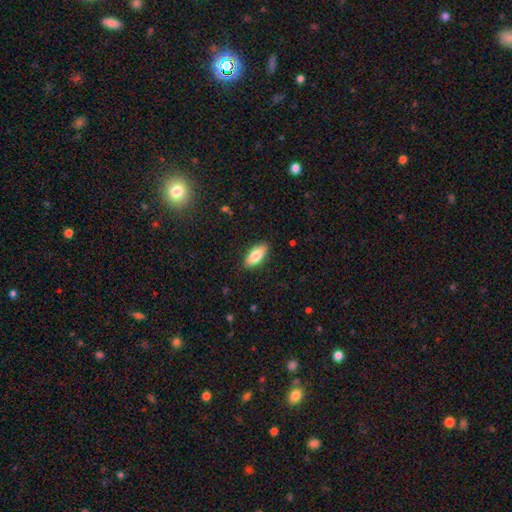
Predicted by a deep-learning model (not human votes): Smooth or featured? smooth (80%)
How rounded? in between (84%)
Merging? none (88%)